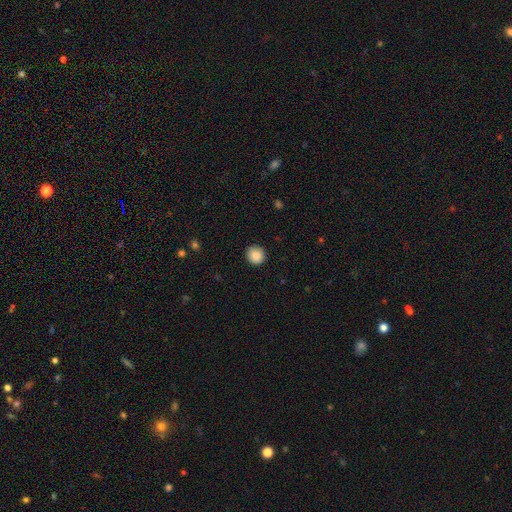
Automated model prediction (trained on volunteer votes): This is clearly a smooth galaxy (88%). How rounded: clearly round (90%). Merging: clearly none (90%).